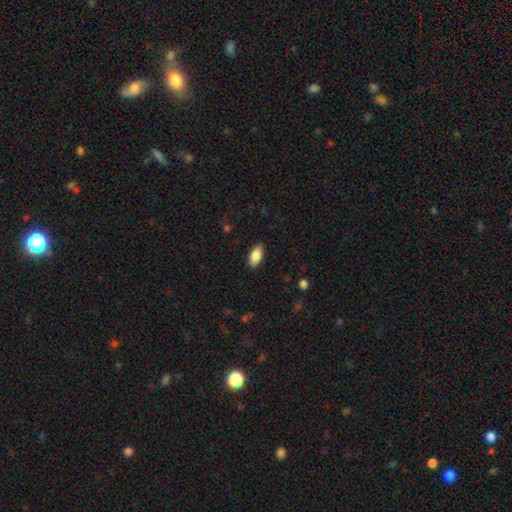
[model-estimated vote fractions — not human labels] A smooth galaxy with no disk features (85%) that is in between round and cigar-shaped (90%). Merging: none (87%).